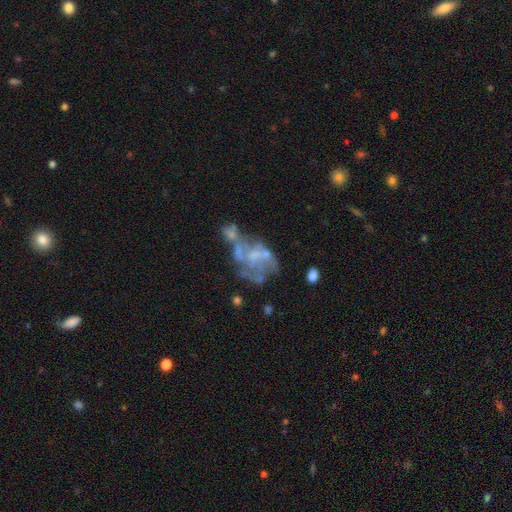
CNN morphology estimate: smooth_or_featured: featured or disk (p=0.67) [alt: smooth p=0.19]
disk_edge_on: no (p=0.98) [alt: yes p=0.02]
bar: no (p=0.79) [alt: weak p=0.16]
has_spiral_arms: no (p=0.75) [alt: yes p=0.25]
bulge_size: none (p=0.63) [alt: small p=0.17]
merging: major disturbance (p=0.30) [tied with: merger p=0.30]